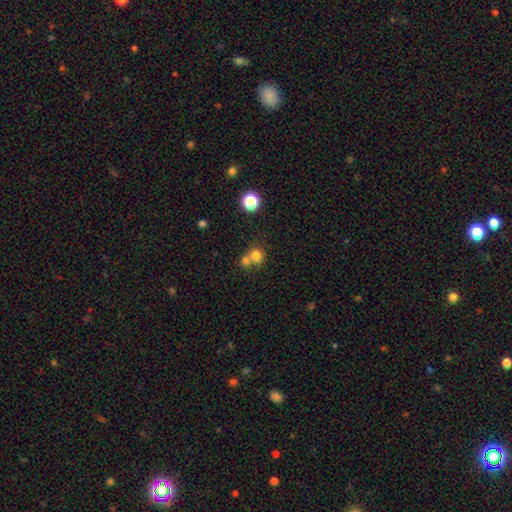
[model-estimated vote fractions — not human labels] Q: Smooth or featured?
A: smooth (77%); runner-up: star or artifact (14%)
Q: How rounded?
A: round (87%); runner-up: in between (12%)
Q: Merging?
A: none (48%); runner-up: merger (44%)